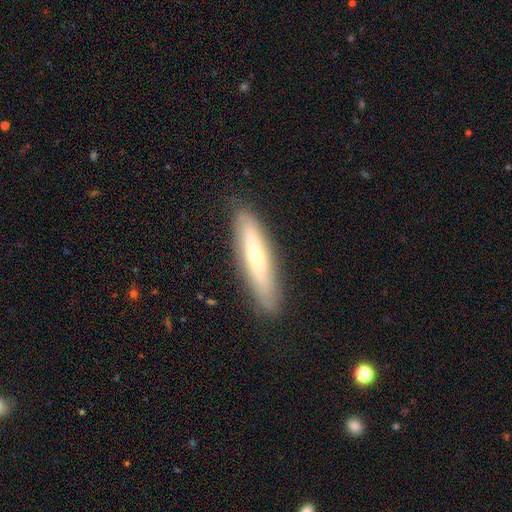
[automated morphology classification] Smooth or featured: featured or disk — 51% (smooth — 42%)
Edge-on disk: yes — 62% (no — 38%)
Merging: none — 85% (minor disturbance — 11%)